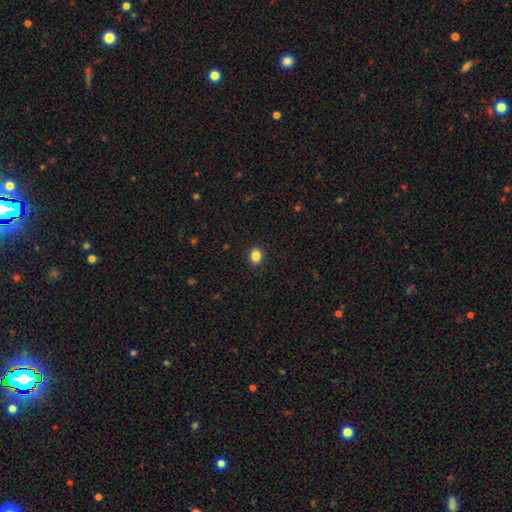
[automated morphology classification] smooth-or-featured: smooth: 86% | star or artifact: 10% | featured or disk: 4%
  how-rounded: in between: 53% | round: 46% | cigar-shaped: 1%
  merging: none: 90% | minor disturbance: 7% | major disturbance: 2% | merger: 1%